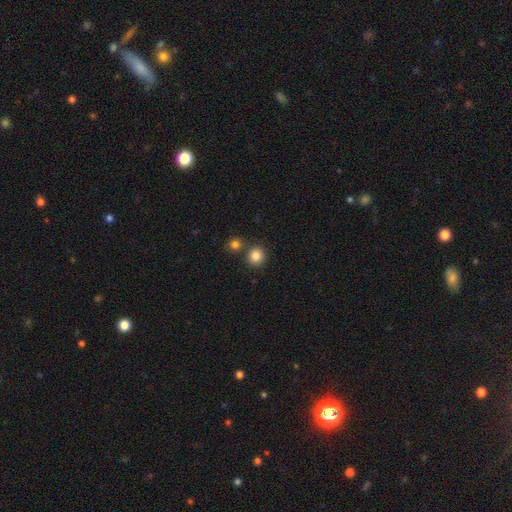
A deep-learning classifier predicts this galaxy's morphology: smooth-or-featured: smooth: 85% | star or artifact: 11% | featured or disk: 5%
  how-rounded: round: 90% | in between: 9% | cigar-shaped: 1%
  merging: none: 73% | merger: 17% | minor disturbance: 8% | major disturbance: 3%